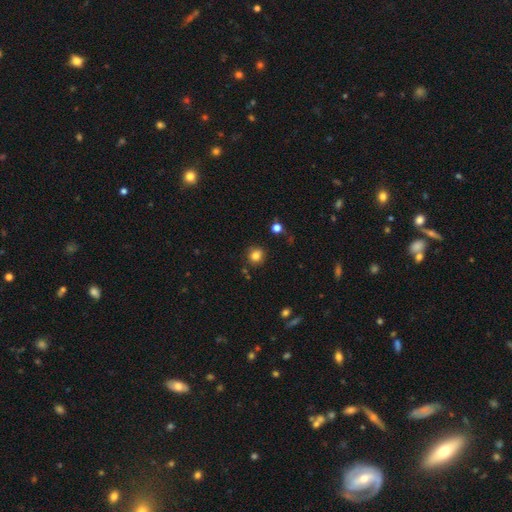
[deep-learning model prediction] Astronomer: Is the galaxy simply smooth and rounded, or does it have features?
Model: smooth — 82%.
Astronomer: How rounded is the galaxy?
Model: round — 84%.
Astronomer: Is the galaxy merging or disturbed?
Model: none — 83%.